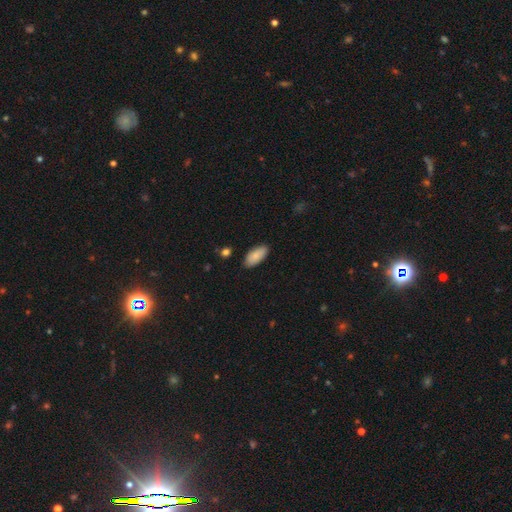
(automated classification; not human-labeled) Smooth or featured? Predicted: smooth (p=0.85). How rounded? Predicted: in between (p=0.91). Merging? Predicted: none (p=0.85).